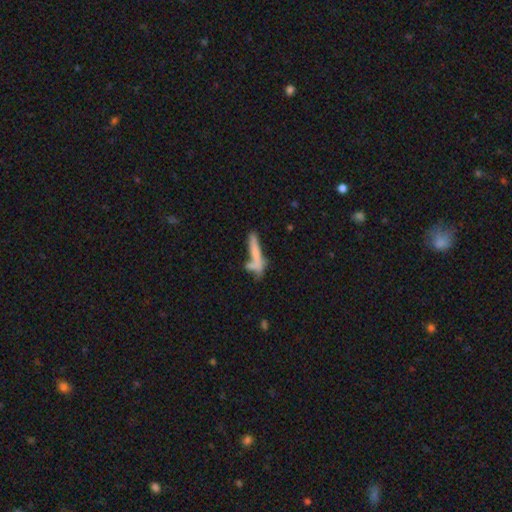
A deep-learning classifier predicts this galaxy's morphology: A smooth galaxy with no disk features (61%) that is cigar-shaped (89%).

Vote fractions:
- Smooth or featured? smooth: 61% / featured or disk: 30% / star or artifact: 9%
- How rounded? cigar-shaped: 89% / in between: 9% / round: 2%
- Merging? none: 46% / merger: 30% / minor disturbance: 15% / major disturbance: 9%